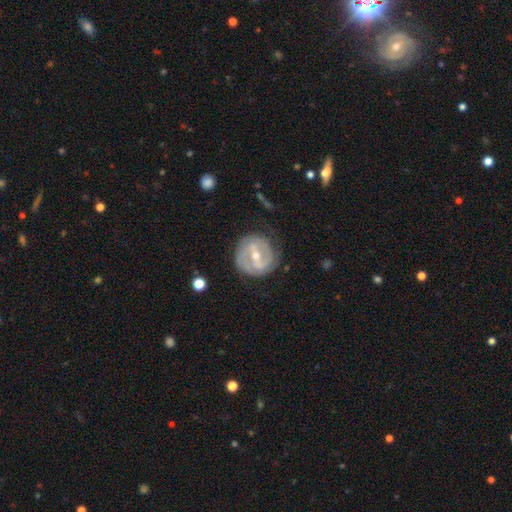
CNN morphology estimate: A featured or disk galaxy (80%) with a strong bar (45%), 2 (70%) tight (45%) spiral arms (80%) and a moderate central bulge (53%).

Vote fractions:
- Smooth or featured? featured or disk: 80% / smooth: 15% / star or artifact: 5%
- Edge-on disk? no: 96% / yes: 4%
- Bar? strong: 45% / weak: 40% / no: 15%
- Spiral arms? yes: 80% / no: 20%
- Spiral winding? tight: 45% / medium: 39% / loose: 16%
- Spiral arm count? 2: 70% / can't tell: 17% / 3: 6% / 1: 3% / 4: 2% / more than 4: 2%
- Bulge size? moderate: 53% / small: 44% / large: 1% / none: 1% / dominant: 1%
- Merging? none: 78% / minor disturbance: 15% / major disturbance: 6% / merger: 2%